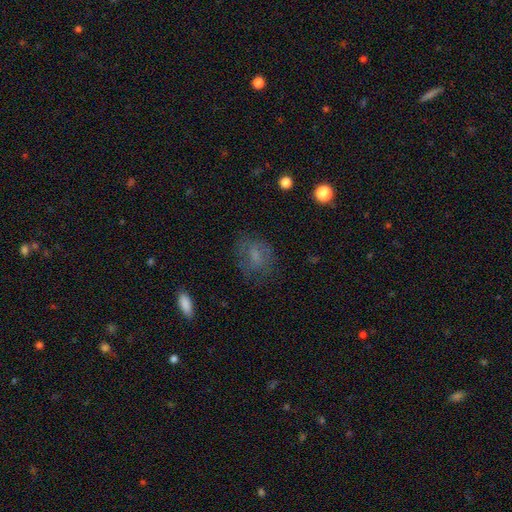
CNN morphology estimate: Smooth or featured? Predicted: smooth (p=0.59). How rounded? Predicted: in between (p=0.50). Merging? Predicted: none (p=0.65).